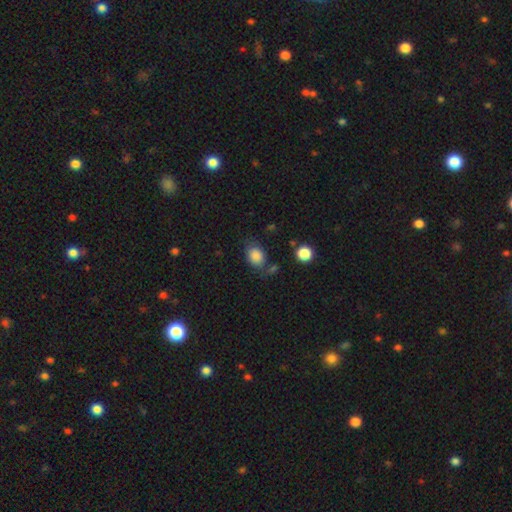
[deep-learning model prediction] Smooth or featured? Predicted: smooth (p=0.85). How rounded? Predicted: in between (p=0.65). Merging? Predicted: none (p=0.65).